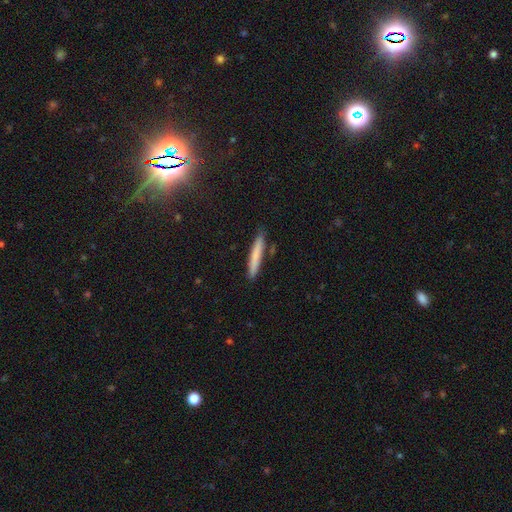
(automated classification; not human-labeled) This appears to be a smooth galaxy with no disk features (75%) that is cigar-shaped (95%). Merging: none (87%).